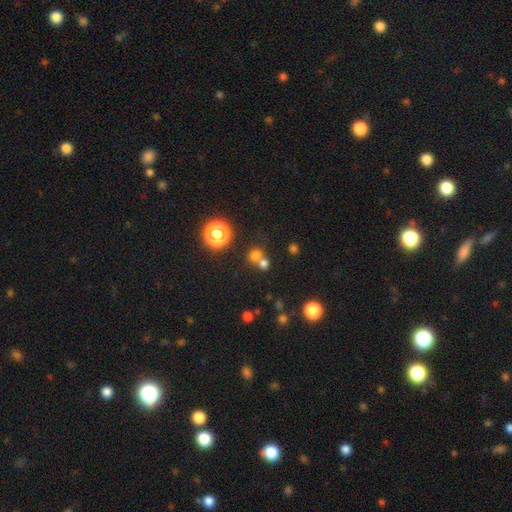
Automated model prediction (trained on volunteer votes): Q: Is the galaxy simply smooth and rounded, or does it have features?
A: smooth — 69%.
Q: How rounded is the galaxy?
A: round — 84%.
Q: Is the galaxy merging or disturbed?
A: none — 52%.